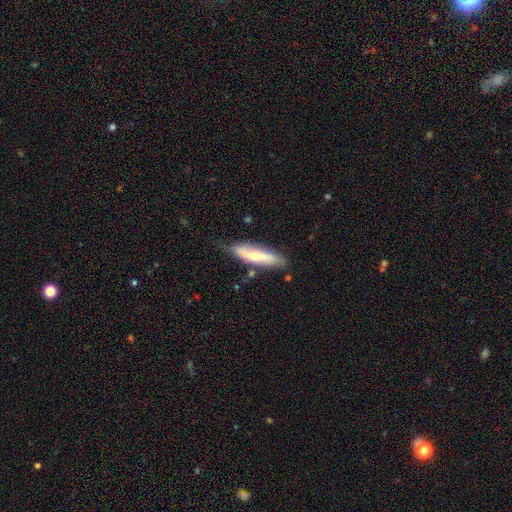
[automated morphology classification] Smooth or featured?
  - smooth: 59% *
  - featured or disk: 35%
  - star or artifact: 6%
How rounded?
  - cigar-shaped: 70% *
  - in between: 29%
  - round: 2%
Merging?
  - none: 64% *
  - minor disturbance: 26%
  - major disturbance: 6%
  - merger: 4%